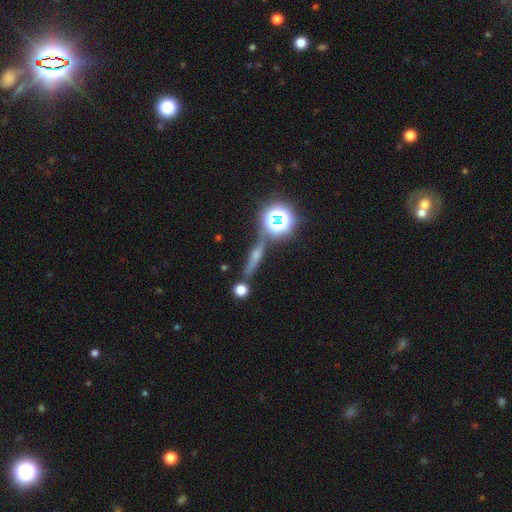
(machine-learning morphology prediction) This appears to be a featured or disk galaxy (47%). Merging: none (79%).